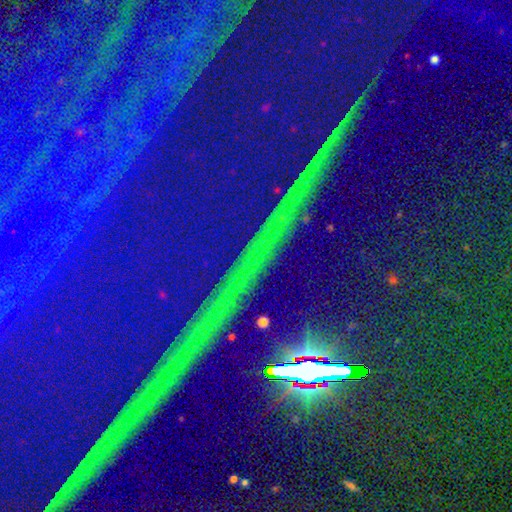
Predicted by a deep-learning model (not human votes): Smooth or featured? star or artifact (90%)